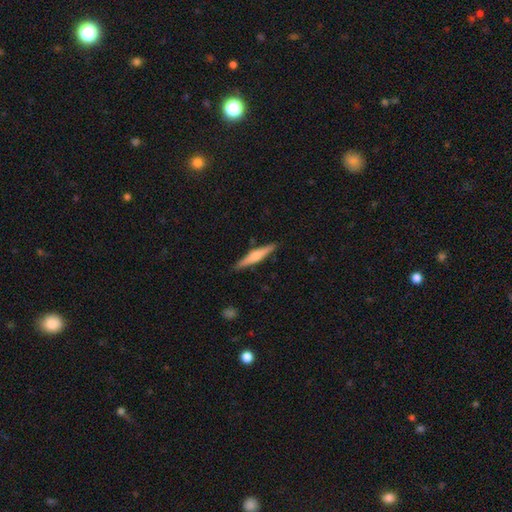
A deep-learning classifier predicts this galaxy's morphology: type=featured or disk (54%); edge-on=yes (97%); edge-on bulge=rounded (70%); merging=none (88%).